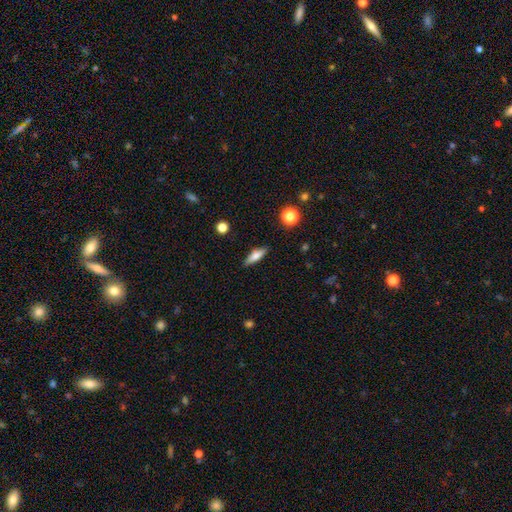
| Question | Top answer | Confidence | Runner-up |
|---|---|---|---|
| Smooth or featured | smooth | 59% | featured or disk (33%) |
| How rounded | cigar-shaped | 48% | in between (43%) |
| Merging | none | 75% | minor disturbance (17%) |